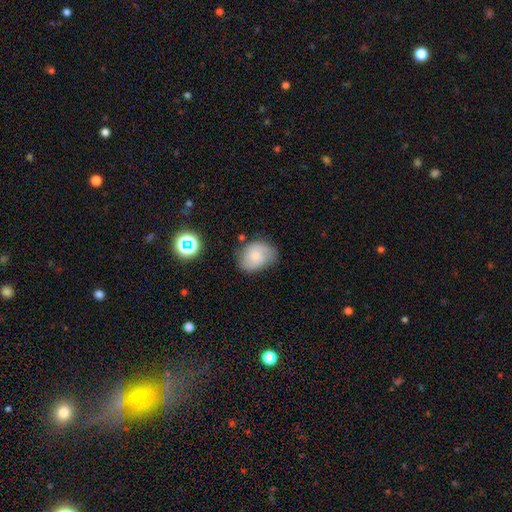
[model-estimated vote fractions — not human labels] Smooth or featured? Predicted: smooth (p=0.55). How rounded? Predicted: in between (p=0.58). Merging? Predicted: none (p=0.64).